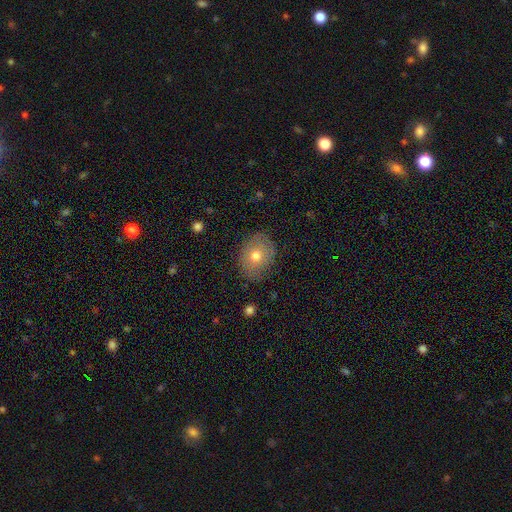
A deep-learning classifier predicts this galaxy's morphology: Smooth or featured: smooth — 69% (featured or disk — 21%)
How rounded: in between — 51% (round — 48%)
Merging: none — 78% (minor disturbance — 17%)